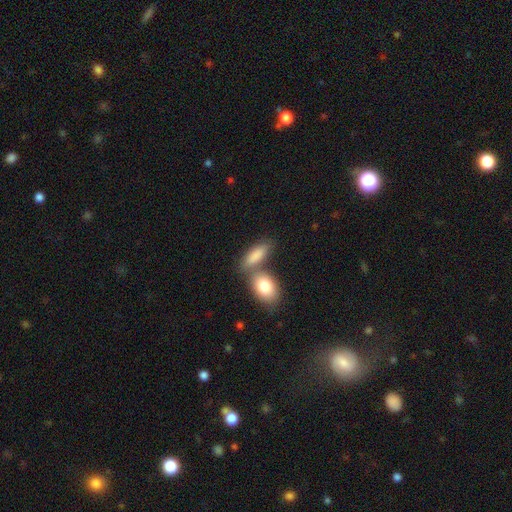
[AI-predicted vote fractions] smooth 84%, featured or disk 10%, star or artifact 6%. Down the decision tree: how rounded — in between (79%); merging — none (45%).